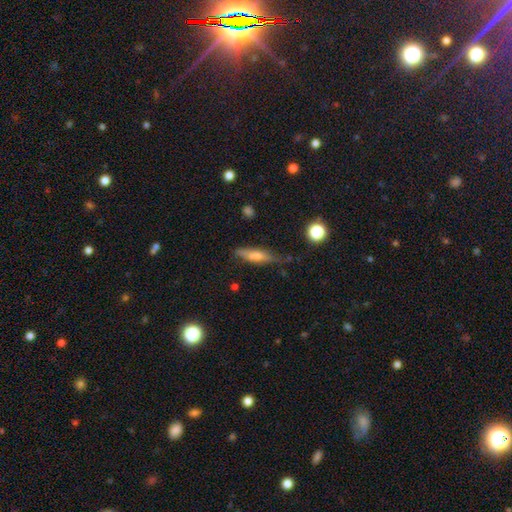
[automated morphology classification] smooth_or_featured: smooth (p=0.57) [alt: featured or disk p=0.35]
how_rounded: cigar-shaped (p=0.69) [alt: in between p=0.28]
merging: none (p=0.63) [alt: minor disturbance p=0.26]